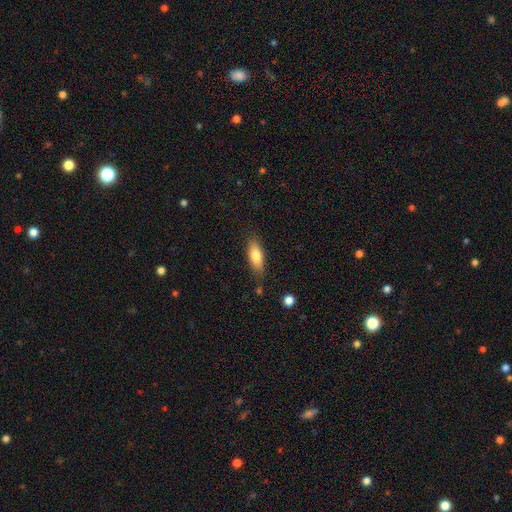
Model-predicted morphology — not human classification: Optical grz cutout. It shows a smooth galaxy with no disk features (77%) that is in between round and cigar-shaped (68%). Merging: none (77%).